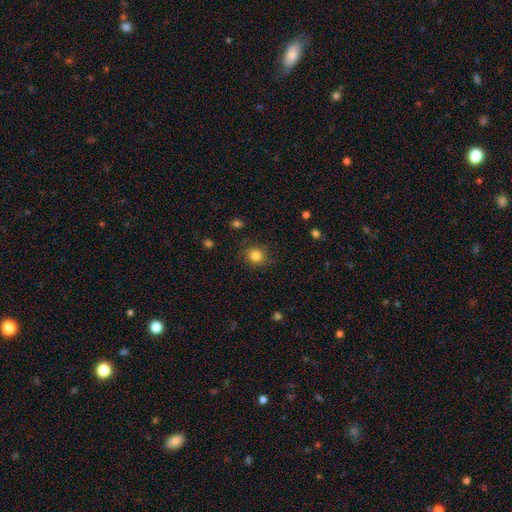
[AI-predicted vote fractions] The model was most divided on "how rounded": round: 84%, in between: 15%, cigar-shaped: 1%. More confident: merging — none (86%); smooth or featured — smooth (83%).